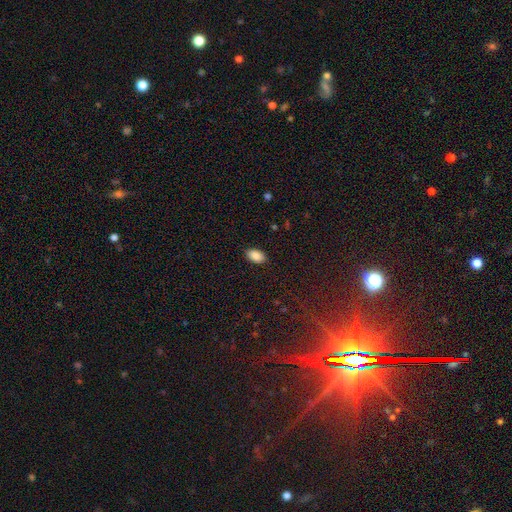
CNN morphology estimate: Smooth or featured?
  - smooth: 88% *
  - star or artifact: 8%
  - featured or disk: 4%
How rounded?
  - in between: 91% *
  - round: 8%
  - cigar-shaped: 1%
Merging?
  - none: 87% *
  - minor disturbance: 10%
  - major disturbance: 2%
  - merger: 1%